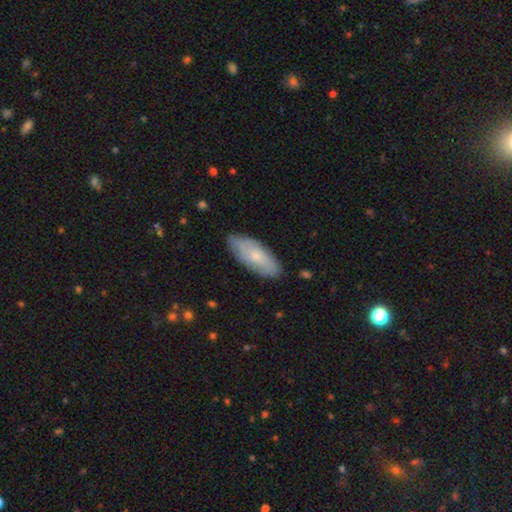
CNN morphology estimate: type=smooth (65%); roundness=in between (79%); merging=none (81%).